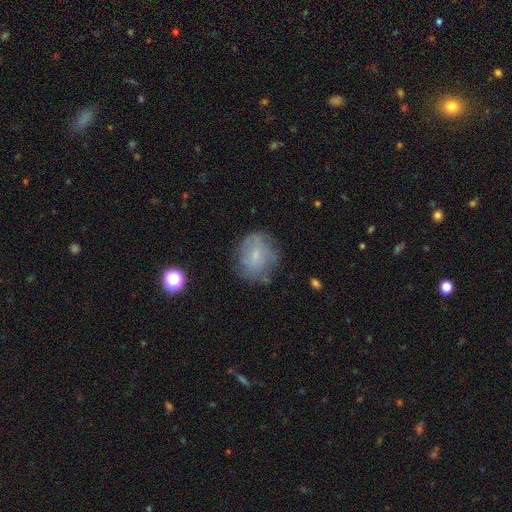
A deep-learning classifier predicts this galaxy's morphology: This appears to be a smooth galaxy with no disk features (54%) that is round (59%). Merging: none (65%).